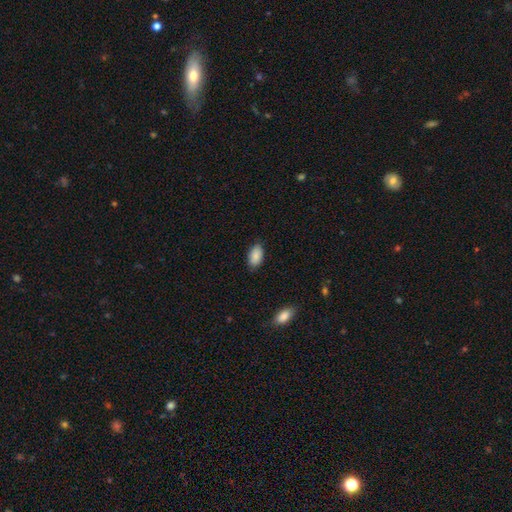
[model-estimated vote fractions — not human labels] smooth_or_featured: smooth (p=0.89) [alt: star or artifact p=0.07]
how_rounded: in between (p=0.94) [alt: round p=0.04]
merging: none (p=0.83) [alt: minor disturbance p=0.13]